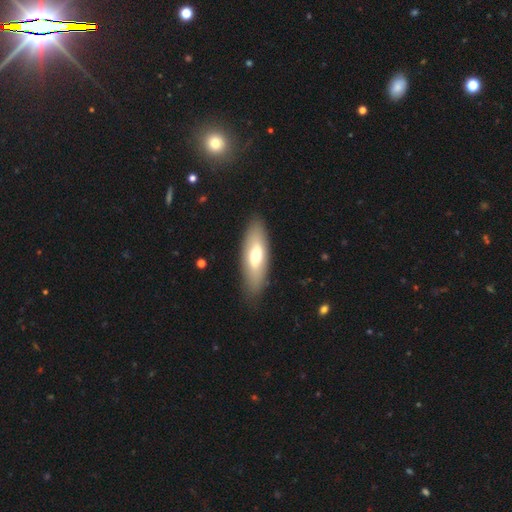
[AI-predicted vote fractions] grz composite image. It shows a smooth galaxy with no disk features (61%) that is in between round and cigar-shaped (66%). Merging: none (86%).